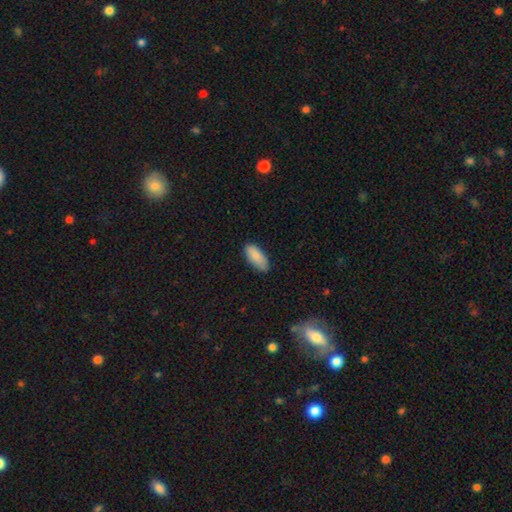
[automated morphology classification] A smooth galaxy with no disk features (88%) that is in between round and cigar-shaped (87%).

Vote fractions:
- Smooth or featured? smooth: 88% / featured or disk: 6% / star or artifact: 6%
- How rounded? in between: 87% / cigar-shaped: 11% / round: 2%
- Merging? none: 79% / minor disturbance: 17% / major disturbance: 2% / merger: 1%